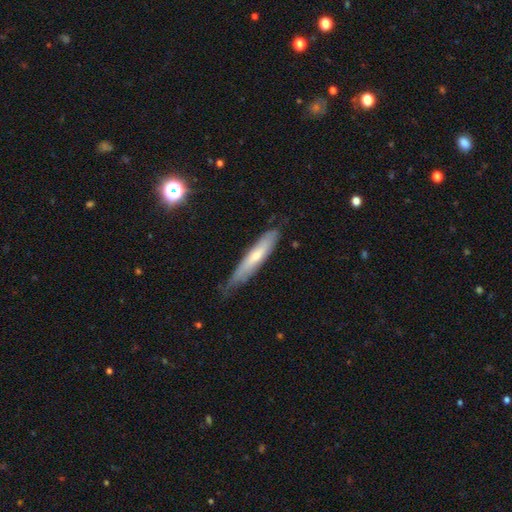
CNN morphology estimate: Q: Smooth or featured?
A: smooth (51%); runner-up: featured or disk (42%)
Q: How rounded?
A: cigar-shaped (87%); runner-up: in between (11%)
Q: Merging?
A: none (66%); runner-up: minor disturbance (27%)